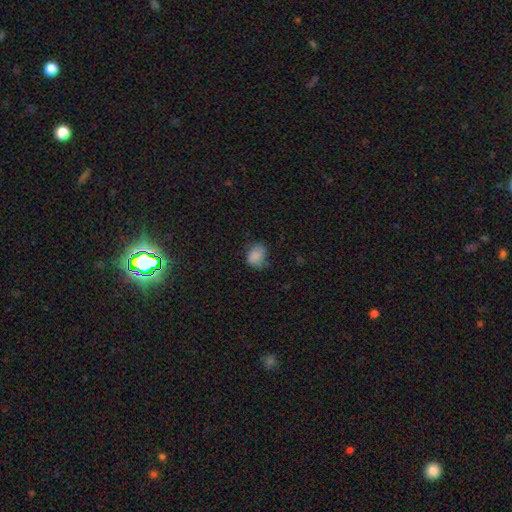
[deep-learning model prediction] Overall: smooth (81%). How rounded: in between (56%; round 43%). Merging: none (55%; minor disturbance 32%).